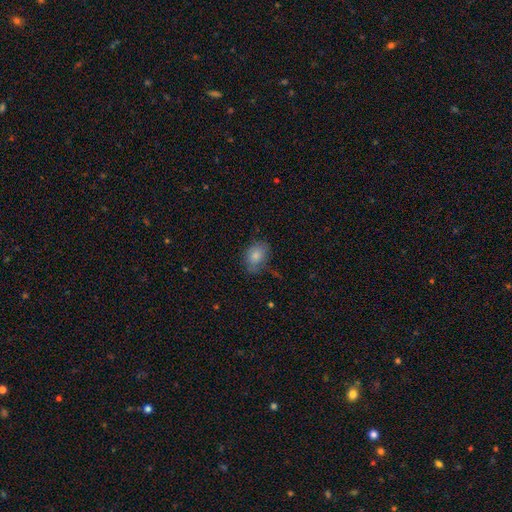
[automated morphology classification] A smooth galaxy with no disk features (82%) that is in between round and cigar-shaped (77%). Merging: none (63%).